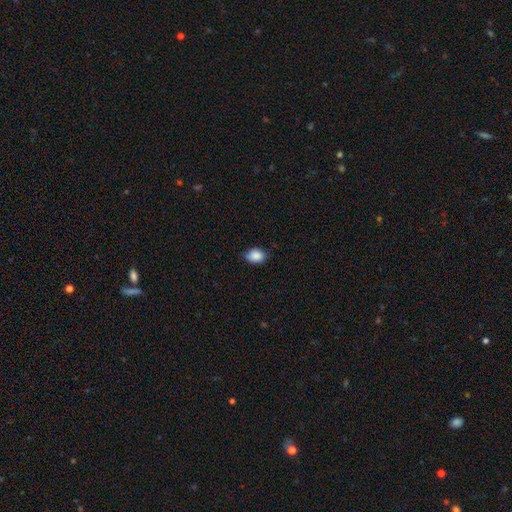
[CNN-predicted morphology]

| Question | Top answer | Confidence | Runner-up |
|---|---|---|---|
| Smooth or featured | smooth | 88% | star or artifact (8%) |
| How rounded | in between | 70% | round (28%) |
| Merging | none | 79% | minor disturbance (17%) |